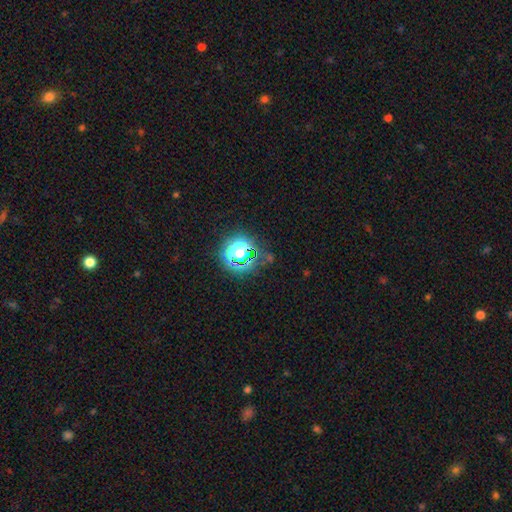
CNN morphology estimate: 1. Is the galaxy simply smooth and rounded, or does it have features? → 78% star or artifact, 15% smooth, 6% featured or disk.